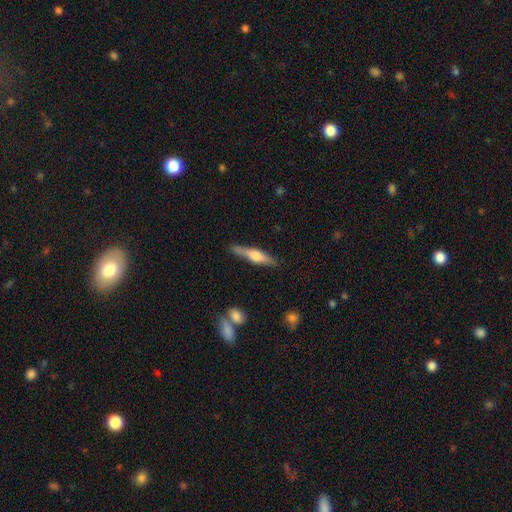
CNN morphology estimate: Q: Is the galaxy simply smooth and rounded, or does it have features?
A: featured or disk — 54%.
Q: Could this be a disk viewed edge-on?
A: yes — 95%.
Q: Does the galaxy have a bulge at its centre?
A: rounded — 87%.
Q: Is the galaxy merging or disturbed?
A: none — 86%.